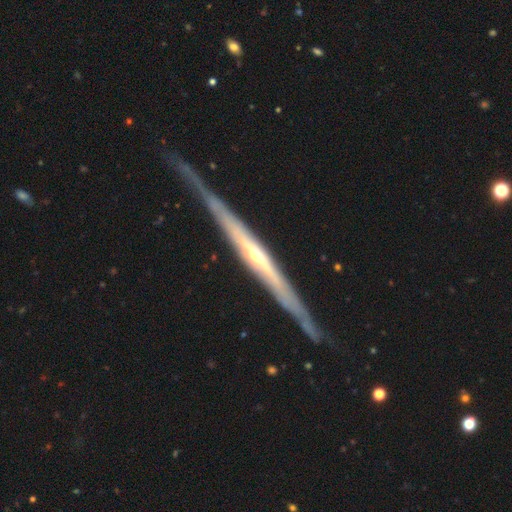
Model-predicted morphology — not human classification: Overall: featured or disk (85%). Edge-on disk: yes (94%). Edge-on bulge: rounded (59%; none 35%). Merging: none (76%).